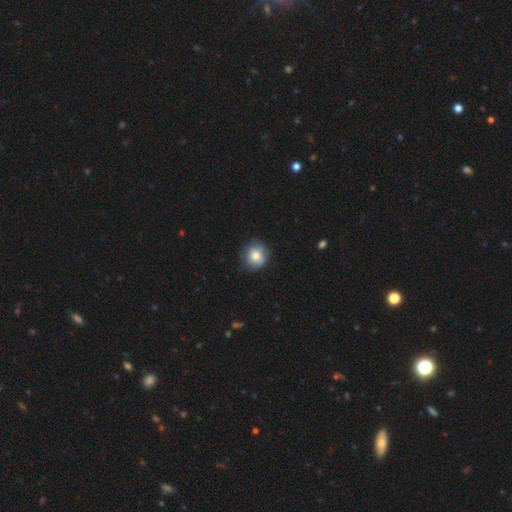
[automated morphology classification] smooth-or-featured: smooth: 79% | featured or disk: 12% | star or artifact: 9%
  how-rounded: round: 85% | in between: 14% | cigar-shaped: 1%
  merging: none: 78% | minor disturbance: 17% | major disturbance: 4% | merger: 1%